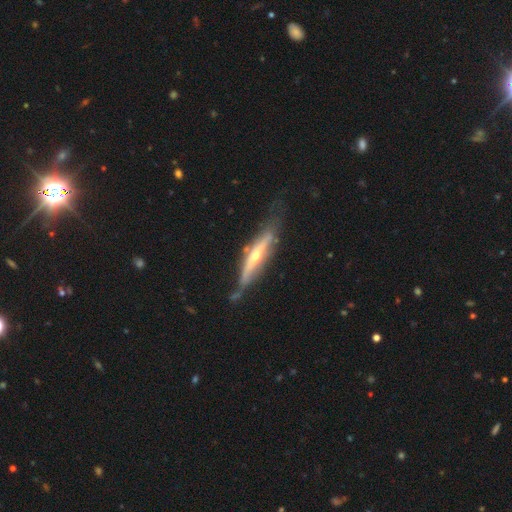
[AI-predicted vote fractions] Morphology: type=featured or disk (77%); edge-on=yes (83%); edge-on bulge=rounded (84%); merging=none (57%).